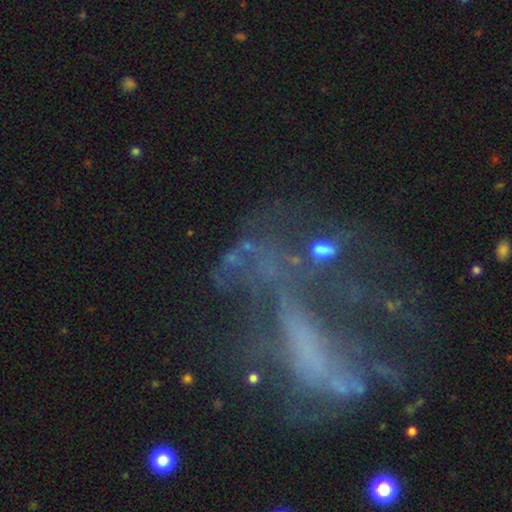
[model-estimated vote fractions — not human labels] Smooth or featured? featured or disk (54%)
Edge-on disk? no (87%)
Merging? none (40%)